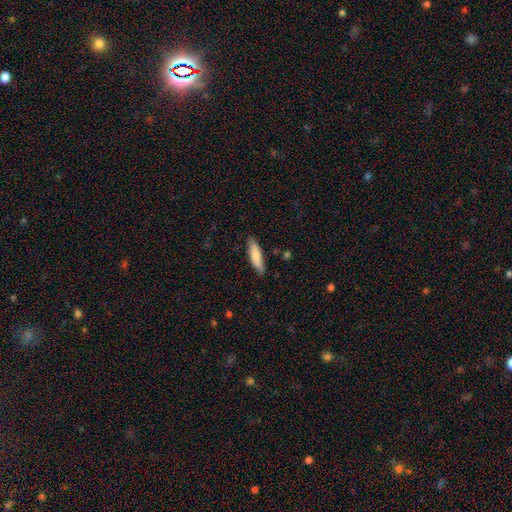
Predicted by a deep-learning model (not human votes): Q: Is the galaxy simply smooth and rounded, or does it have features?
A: smooth — 79%.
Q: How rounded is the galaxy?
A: cigar-shaped — 68%.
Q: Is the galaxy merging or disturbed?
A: none — 84%.